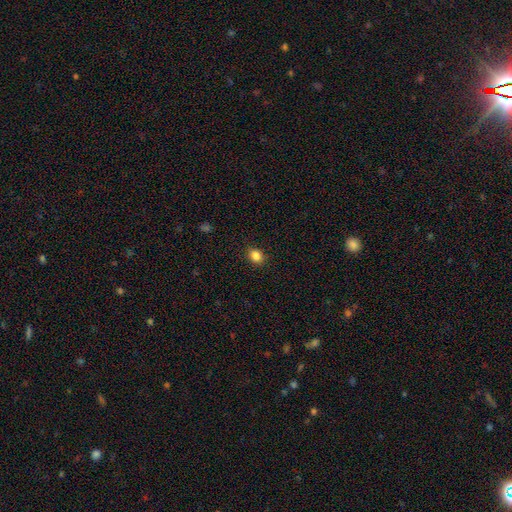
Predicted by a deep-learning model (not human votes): Smooth or featured?
  - smooth: 85% *
  - star or artifact: 11%
  - featured or disk: 4%
How rounded?
  - round: 56% *
  - in between: 43%
  - cigar-shaped: 1%
Merging?
  - none: 89% *
  - minor disturbance: 8%
  - major disturbance: 2%
  - merger: 1%